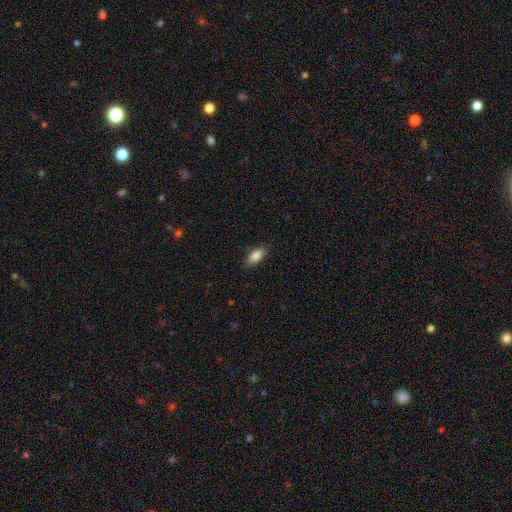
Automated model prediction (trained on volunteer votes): This is clearly a smooth galaxy (86%). How rounded: clearly in between (86%). Merging: clearly none (85%).